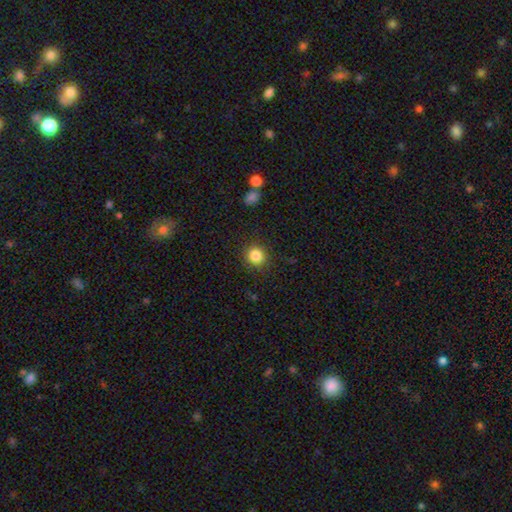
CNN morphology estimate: type=smooth (85%); roundness=round (91%); merging=none (89%).